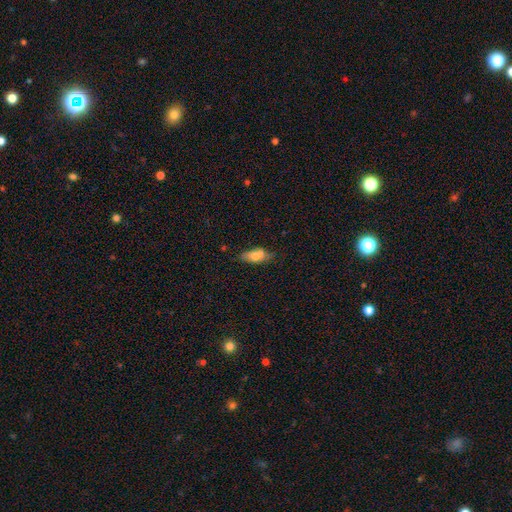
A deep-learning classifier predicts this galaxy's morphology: A smooth galaxy with no disk features (68%) that is in between round and cigar-shaped (82%). Merging: none (55%).